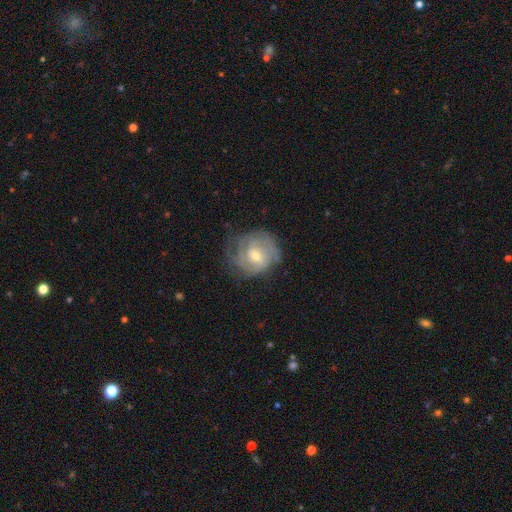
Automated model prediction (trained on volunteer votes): Smooth or featured? featured or disk (80%)
Edge-on disk? no (98%)
Bar? weak (47%)
Spiral arms? yes (93%)
Spiral winding? tight (63%)
Spiral arm count? can't tell (35%)
Bulge size? moderate (49%)
Merging? none (63%)